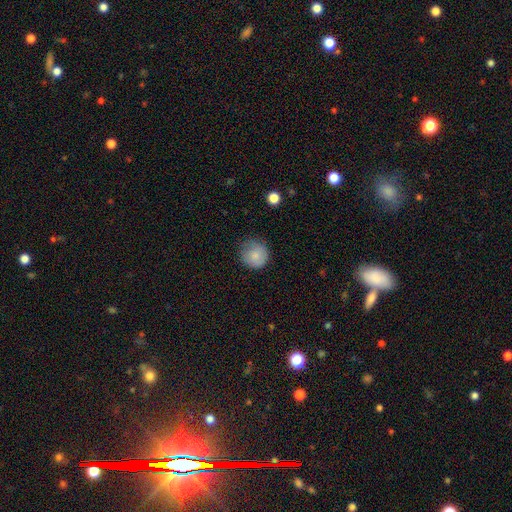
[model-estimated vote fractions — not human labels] Smooth or featured: smooth — 82% (featured or disk — 10%)
How rounded: round — 91% (in between — 8%)
Merging: none — 66% (minor disturbance — 26%)